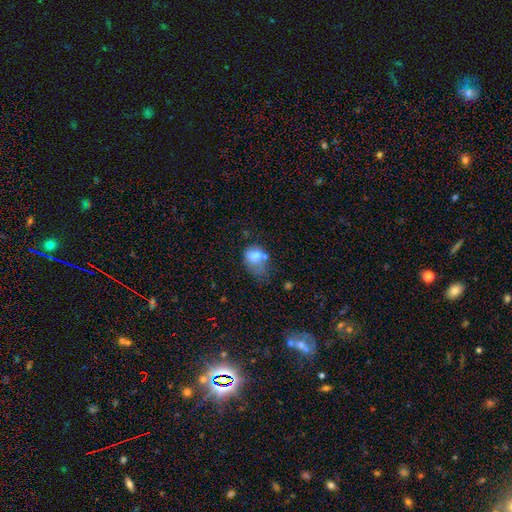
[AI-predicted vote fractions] Smooth or featured: smooth — 67% (featured or disk — 22%)
How rounded: in between — 67% (round — 32%)
Merging: major disturbance — 31% (minor disturbance — 28%)